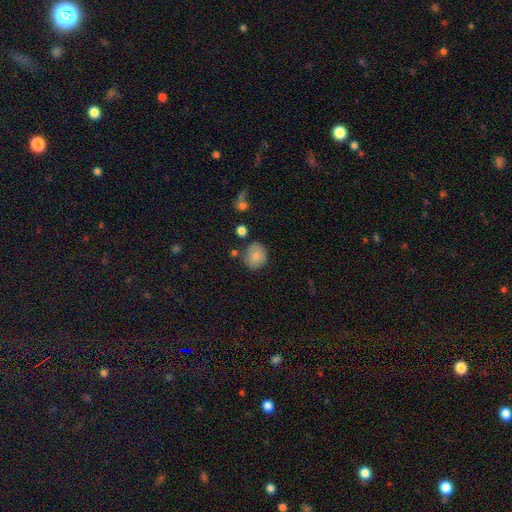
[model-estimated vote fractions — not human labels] This appears to be a smooth galaxy with no disk features (82%) that is round (70%). Merging: none (75%).